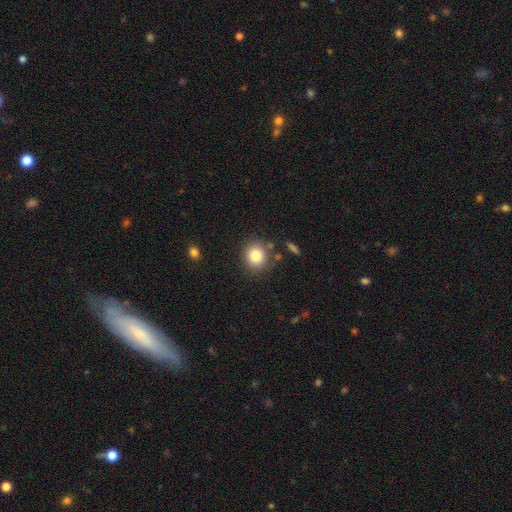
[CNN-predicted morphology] Smooth or featured? Predicted: smooth (p=0.82). How rounded? Predicted: round (p=0.82). Merging? Predicted: none (p=0.82).